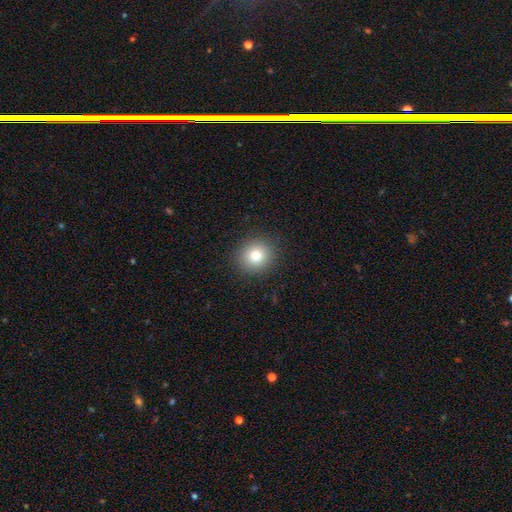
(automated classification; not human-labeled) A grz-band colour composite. It shows a smooth galaxy with no disk features (79%) that is round (89%). Merging: none (91%).